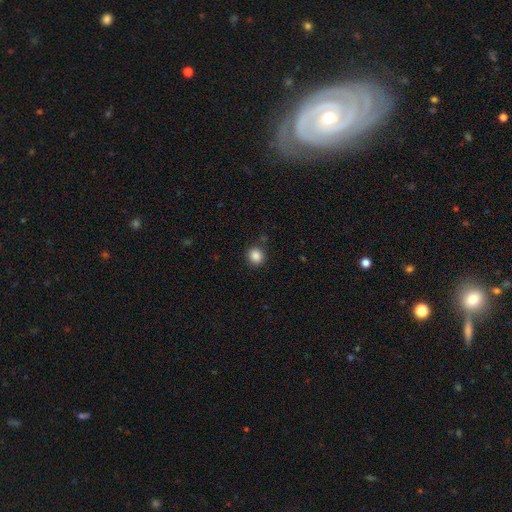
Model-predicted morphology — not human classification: Q: Smooth or featured?
A: smooth (86%); runner-up: star or artifact (10%)
Q: How rounded?
A: round (89%); runner-up: in between (11%)
Q: Merging?
A: none (87%); runner-up: minor disturbance (8%)